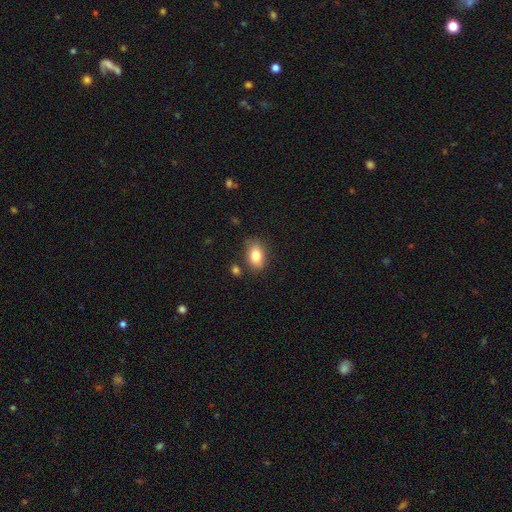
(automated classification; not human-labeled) Morphology: type=smooth (82%); roundness=in between (83%); merging=none (77%).